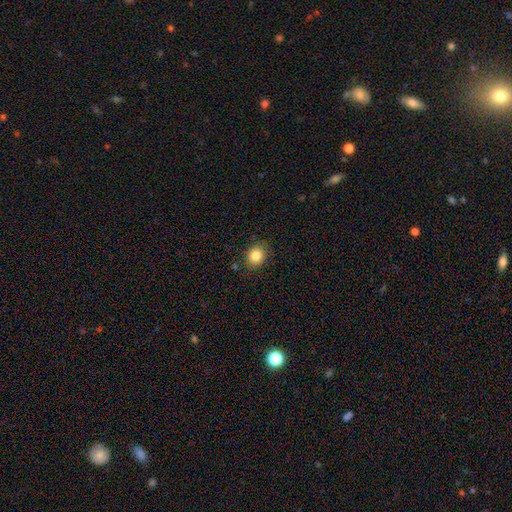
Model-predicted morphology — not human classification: Smooth or featured? Predicted: smooth (p=0.84). How rounded? Predicted: round (p=0.61). Merging? Predicted: none (p=0.86).